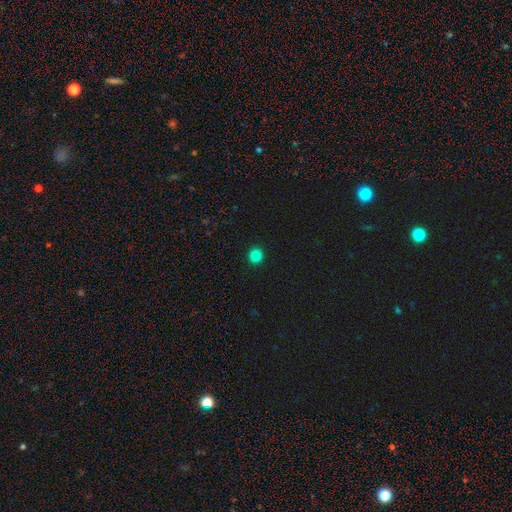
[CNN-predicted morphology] Q: Smooth or featured?
A: smooth (84%); runner-up: star or artifact (13%)
Q: How rounded?
A: round (92%); runner-up: in between (7%)
Q: Merging?
A: none (93%); runner-up: minor disturbance (4%)